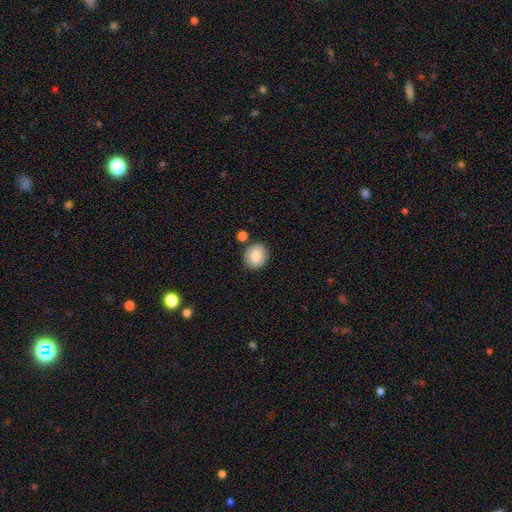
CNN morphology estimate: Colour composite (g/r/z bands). It shows a smooth galaxy with no disk features (86%) that is round (77%). Merging: none (81%).